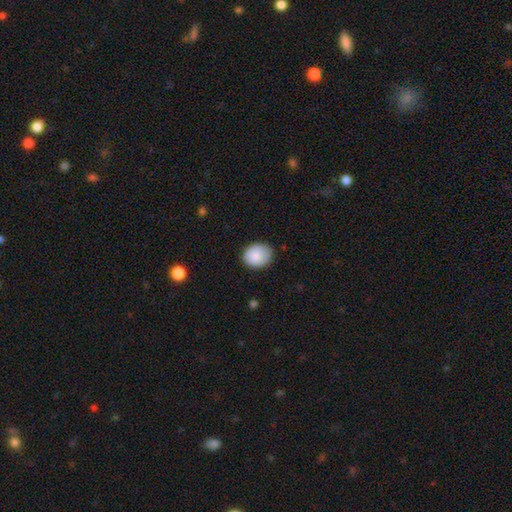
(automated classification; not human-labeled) smooth-or-featured: smooth: 86% | star or artifact: 7% | featured or disk: 6%
  how-rounded: round: 59% | in between: 40% | cigar-shaped: 1%
  merging: none: 80% | minor disturbance: 16% | major disturbance: 3% | merger: 1%